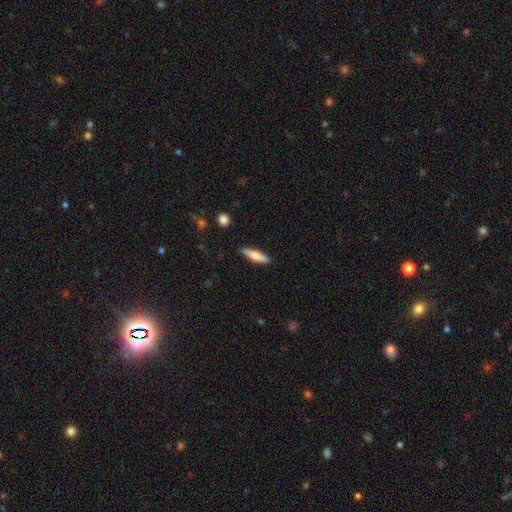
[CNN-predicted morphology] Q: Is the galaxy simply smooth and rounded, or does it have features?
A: smooth — 66%.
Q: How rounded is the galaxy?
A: cigar-shaped — 72%.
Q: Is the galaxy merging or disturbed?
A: none — 87%.